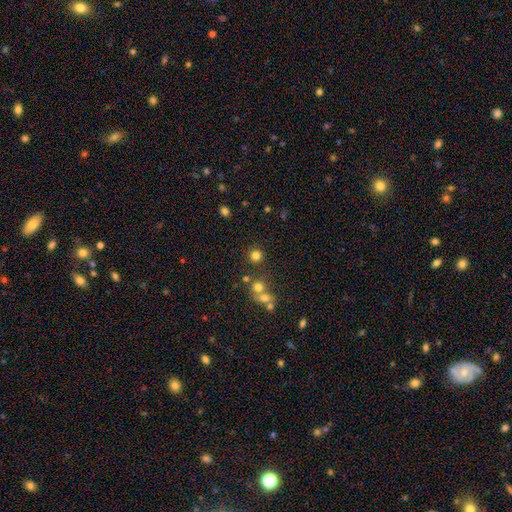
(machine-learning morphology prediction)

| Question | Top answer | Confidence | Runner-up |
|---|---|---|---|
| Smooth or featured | smooth | 77% | star or artifact (17%) |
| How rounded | round | 93% | in between (6%) |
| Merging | none | 80% | merger (10%) |